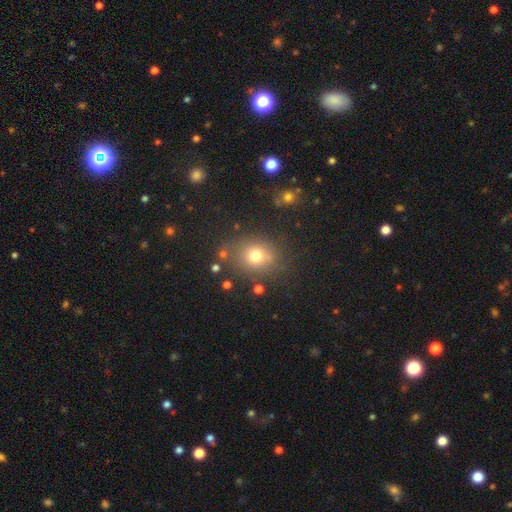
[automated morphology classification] This appears to be a smooth galaxy with no disk features (73%) that is round (62%). Merging: none (75%).